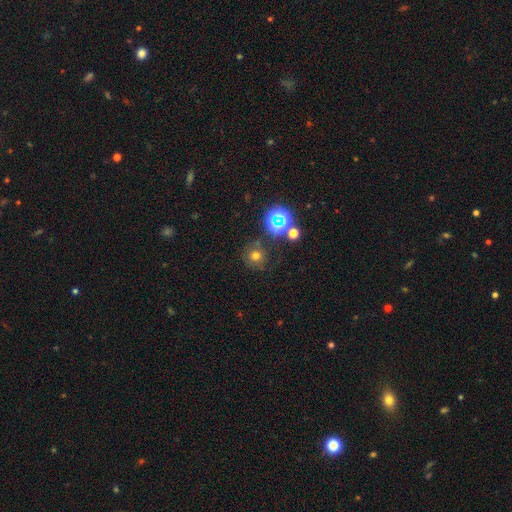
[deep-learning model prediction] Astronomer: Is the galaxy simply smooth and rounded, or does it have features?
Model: smooth — 62%.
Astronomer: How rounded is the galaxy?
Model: round — 91%.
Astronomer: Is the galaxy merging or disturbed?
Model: none — 77%.